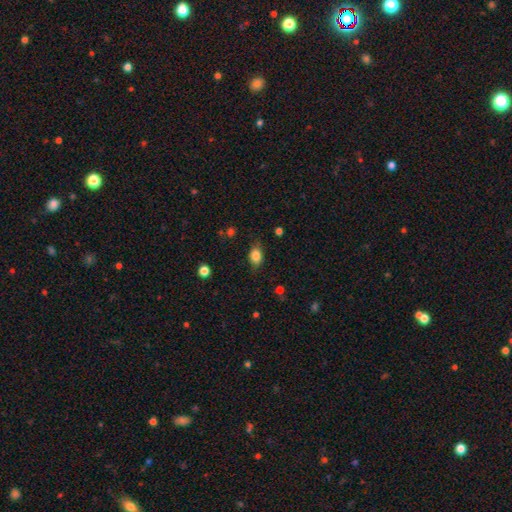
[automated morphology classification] Smooth or featured?
  - smooth: 83% *
  - star or artifact: 9%
  - featured or disk: 8%
How rounded?
  - in between: 77% *
  - round: 20%
  - cigar-shaped: 2%
Merging?
  - none: 76% *
  - minor disturbance: 18%
  - major disturbance: 5%
  - merger: 1%